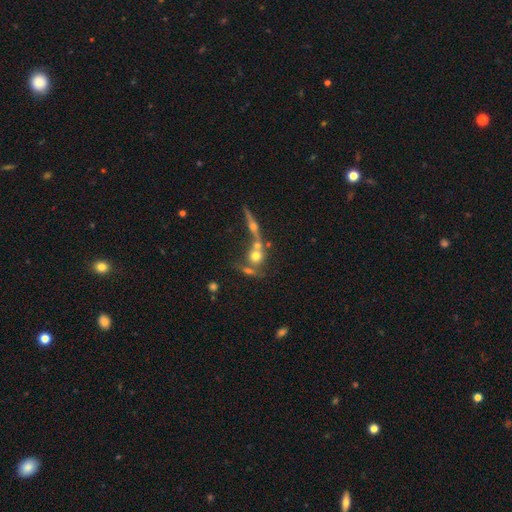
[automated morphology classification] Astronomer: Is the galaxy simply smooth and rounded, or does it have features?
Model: smooth — 54% (runner-up: featured or disk, 33%).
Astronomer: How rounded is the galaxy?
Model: round — 78%.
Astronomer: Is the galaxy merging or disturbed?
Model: merger — 45% (runner-up: none, 40%).